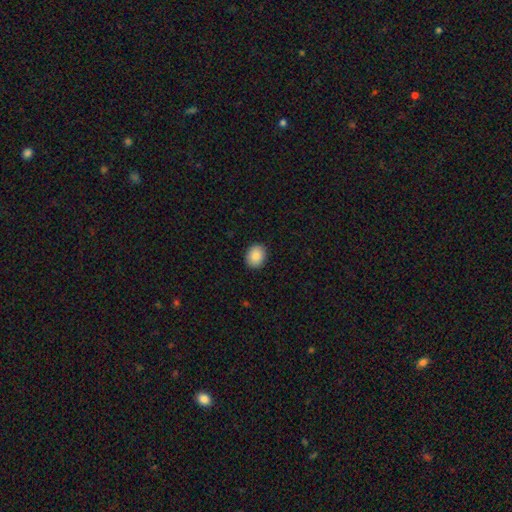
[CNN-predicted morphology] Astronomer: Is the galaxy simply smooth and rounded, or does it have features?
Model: smooth — 87%.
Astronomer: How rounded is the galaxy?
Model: round — 52% (runner-up: in between, 47%).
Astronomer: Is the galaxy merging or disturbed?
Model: none — 90%.